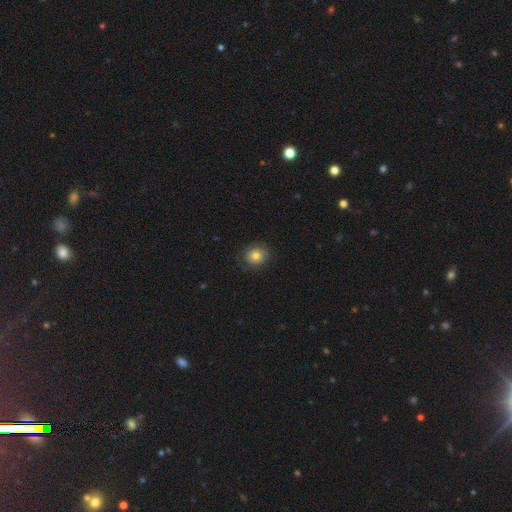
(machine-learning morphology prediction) A smooth galaxy with no disk features (69%) that is round (81%). Merging: none (79%).